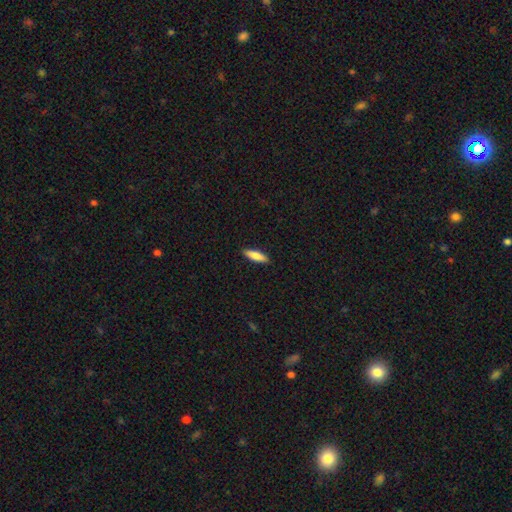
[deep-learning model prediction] A smooth galaxy with no disk features (80%) that is cigar-shaped (60%).

Vote fractions:
- Smooth or featured? smooth: 80% / featured or disk: 14% / star or artifact: 6%
- How rounded? cigar-shaped: 60% / in between: 38% / round: 2%
- Merging? none: 90% / minor disturbance: 7% / major disturbance: 2% / merger: 1%